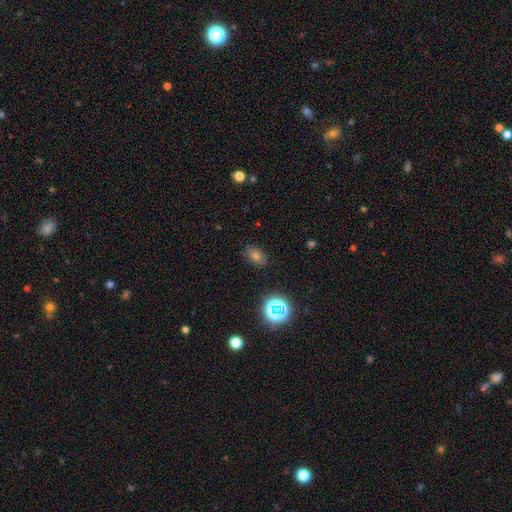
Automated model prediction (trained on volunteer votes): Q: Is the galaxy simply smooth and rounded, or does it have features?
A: smooth — 67%.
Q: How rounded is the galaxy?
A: in between — 78%.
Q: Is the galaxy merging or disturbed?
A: none — 86%.